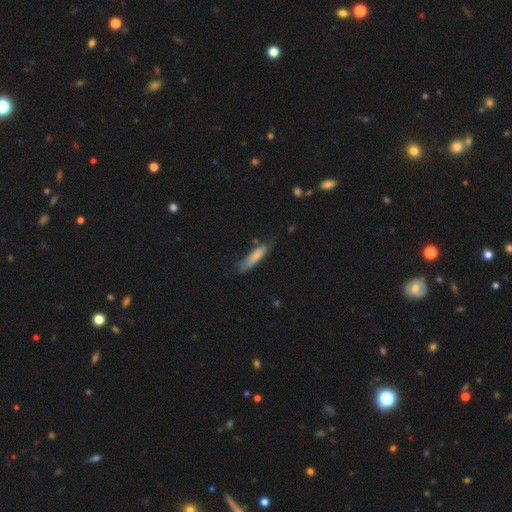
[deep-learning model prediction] Q: Smooth or featured?
A: smooth (76%); runner-up: featured or disk (18%)
Q: How rounded?
A: cigar-shaped (80%); runner-up: in between (19%)
Q: Merging?
A: none (64%); runner-up: minor disturbance (26%)